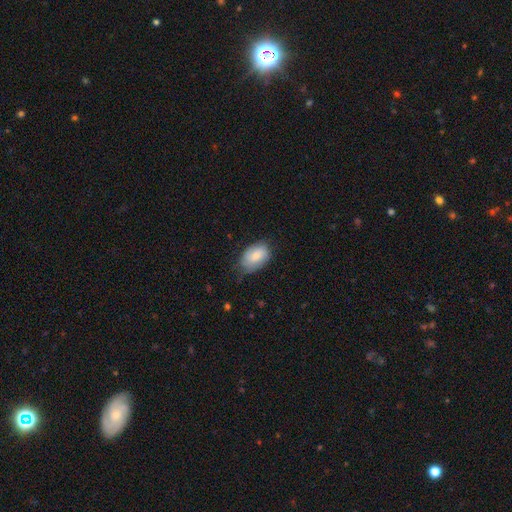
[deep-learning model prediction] This is likely a smooth galaxy (80%). How rounded: clearly in between (90%). Merging: likely none (60%).